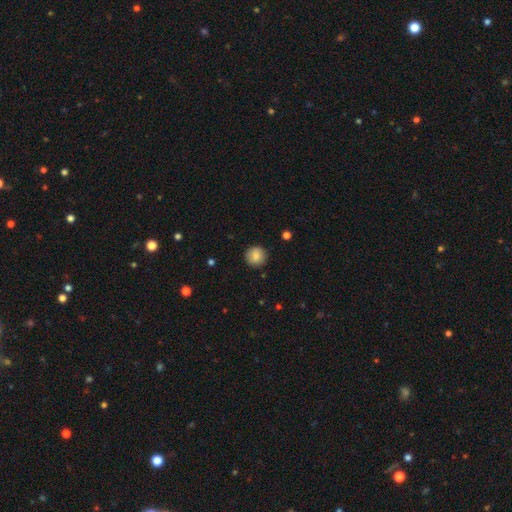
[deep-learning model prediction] Smooth or featured? Predicted: smooth (p=0.84). How rounded? Predicted: round (p=0.94). Merging? Predicted: none (p=0.90).